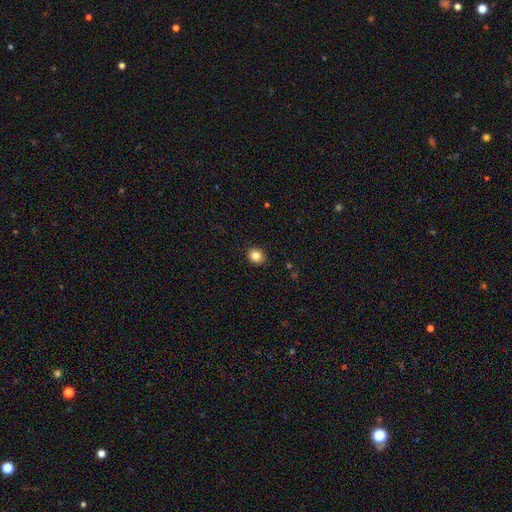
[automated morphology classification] A smooth galaxy with no disk features (83%) that is round (72%).

Vote fractions:
- Smooth or featured? smooth: 83% / star or artifact: 10% / featured or disk: 7%
- How rounded? round: 72% / in between: 27% / cigar-shaped: 1%
- Merging? none: 91% / minor disturbance: 7% / major disturbance: 2% / merger: 1%